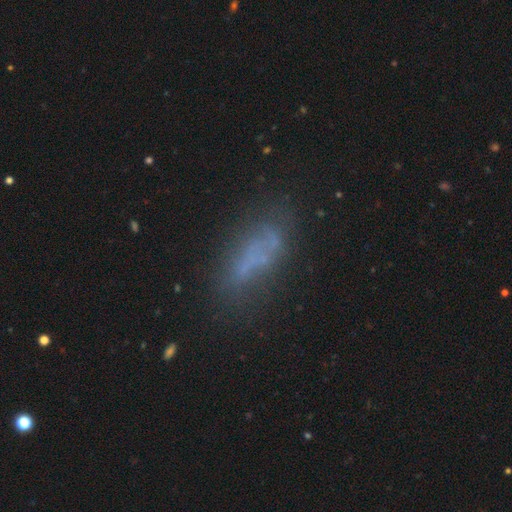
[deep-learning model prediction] smooth_or_featured: smooth (p=0.48) [alt: featured or disk p=0.35]
merging: none (p=0.55) [alt: minor disturbance p=0.23]